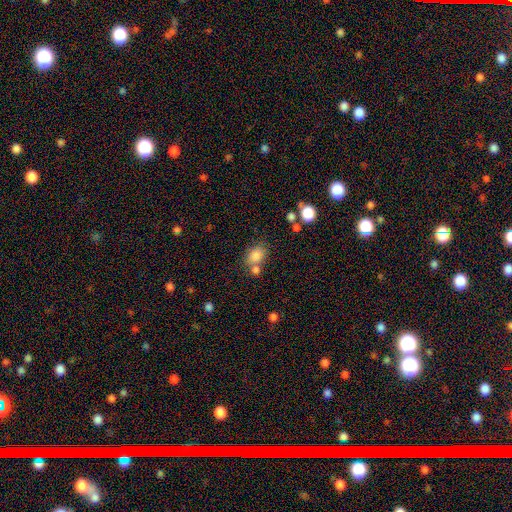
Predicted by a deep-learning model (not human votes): Smooth or featured: smooth — 82% (star or artifact — 10%)
How rounded: in between — 65% (round — 34%)
Merging: none — 57% (merger — 24%)